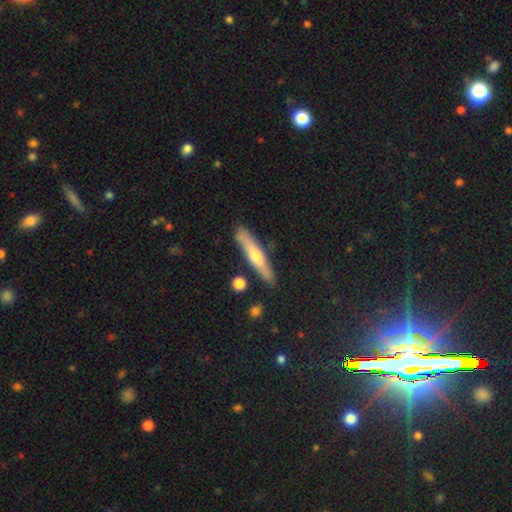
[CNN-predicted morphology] A smooth galaxy with no disk features (47%). Merging: none (85%).